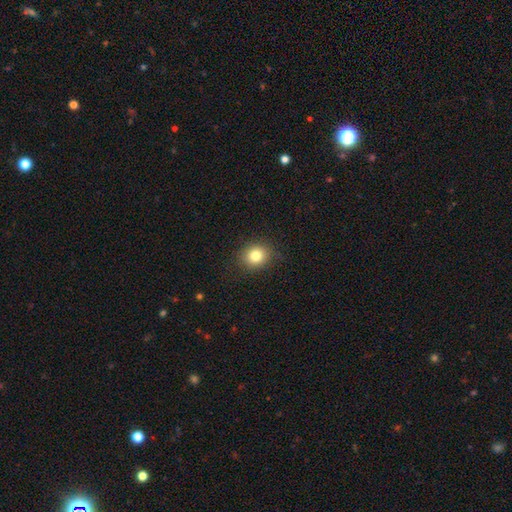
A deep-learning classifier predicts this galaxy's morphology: smooth-or-featured: smooth: 81% | star or artifact: 12% | featured or disk: 7%
  how-rounded: round: 74% | in between: 25% | cigar-shaped: 1%
  merging: none: 87% | minor disturbance: 9% | major disturbance: 3% | merger: 1%